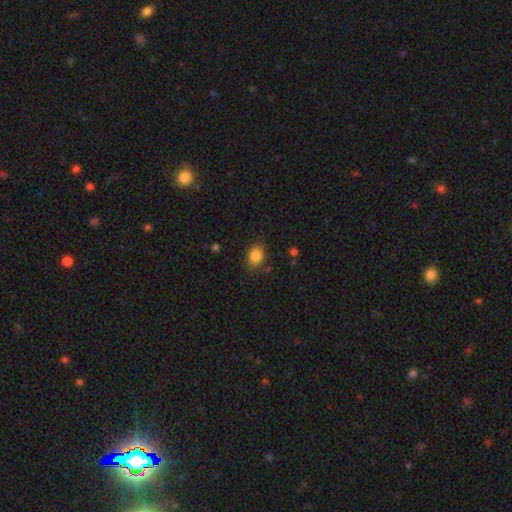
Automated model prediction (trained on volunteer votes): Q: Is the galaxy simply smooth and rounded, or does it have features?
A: smooth — 85%.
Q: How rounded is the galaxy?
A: in between — 66%.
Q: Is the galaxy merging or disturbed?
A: none — 83%.